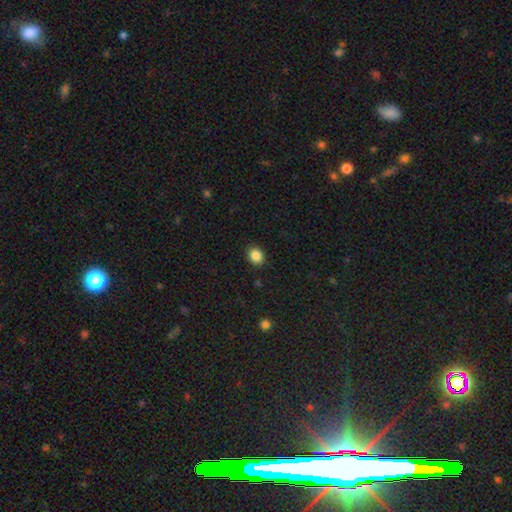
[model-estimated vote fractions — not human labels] smooth 87%, star or artifact 10%, featured or disk 3%. Down the decision tree: how rounded — round (60%); merging — none (90%).